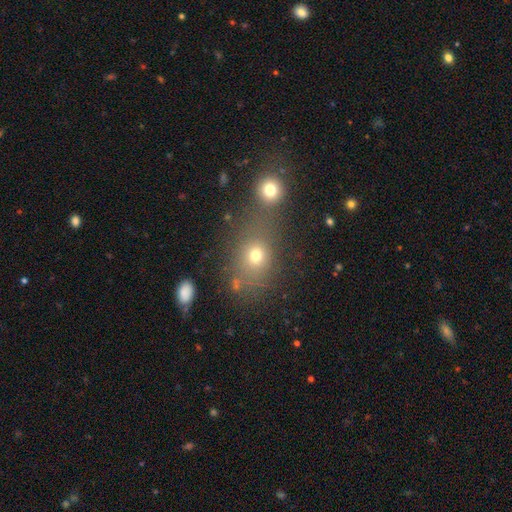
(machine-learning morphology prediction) A smooth galaxy with no disk features (69%) that is round (56%).

Vote fractions:
- Smooth or featured? smooth: 69% / star or artifact: 18% / featured or disk: 12%
- How rounded? round: 56% / in between: 42% / cigar-shaped: 2%
- Merging? none: 51% / merger: 32% / minor disturbance: 10% / major disturbance: 7%